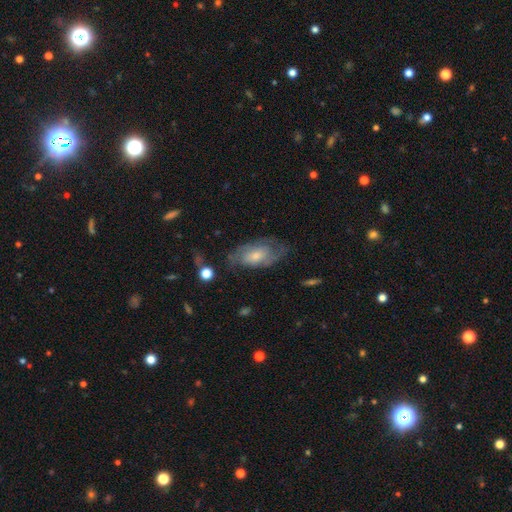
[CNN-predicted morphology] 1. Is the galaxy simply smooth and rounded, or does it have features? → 57% featured or disk, 37% smooth, 7% star or artifact.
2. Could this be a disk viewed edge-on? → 92% no, 8% yes.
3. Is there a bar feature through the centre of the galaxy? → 71% no, 25% weak, 4% strong.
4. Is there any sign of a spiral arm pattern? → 73% yes, 27% no.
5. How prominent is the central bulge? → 44% small, 41% moderate, 8% large, 6% none, 2% dominant.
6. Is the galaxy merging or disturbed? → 58% none, 24% minor disturbance, 16% major disturbance, 2% merger.